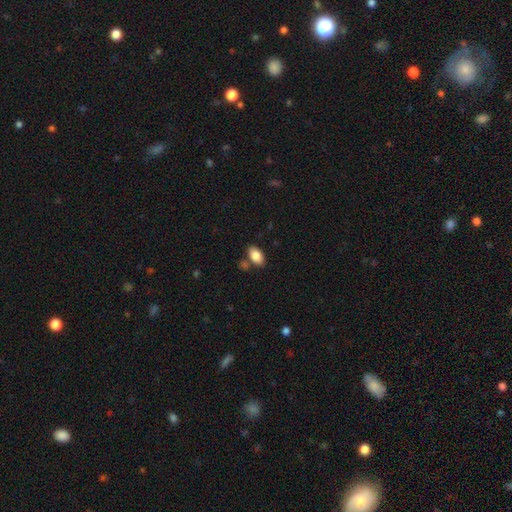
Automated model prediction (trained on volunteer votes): smooth 86%, star or artifact 7%, featured or disk 7%. Down the decision tree: how rounded — in between (92%); merging — none (74%).